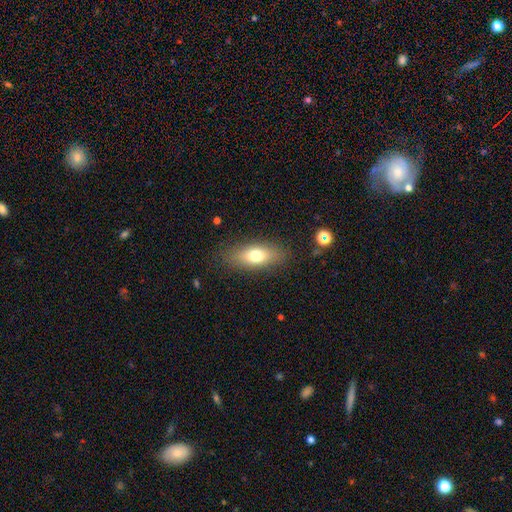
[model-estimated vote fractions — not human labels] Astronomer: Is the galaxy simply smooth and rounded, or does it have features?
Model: smooth — 72%.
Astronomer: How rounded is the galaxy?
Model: in between — 74%.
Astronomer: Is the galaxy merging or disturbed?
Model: none — 85%.